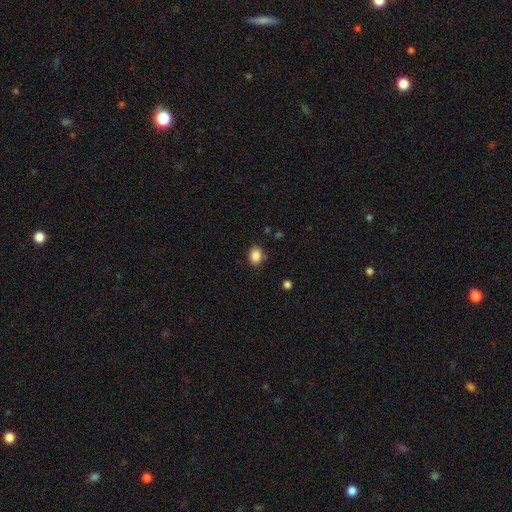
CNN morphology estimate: Smooth or featured?
  - smooth: 87% *
  - star or artifact: 9%
  - featured or disk: 4%
How rounded?
  - in between: 56% *
  - round: 43%
  - cigar-shaped: 1%
Merging?
  - none: 84% *
  - minor disturbance: 12%
  - major disturbance: 3%
  - merger: 2%